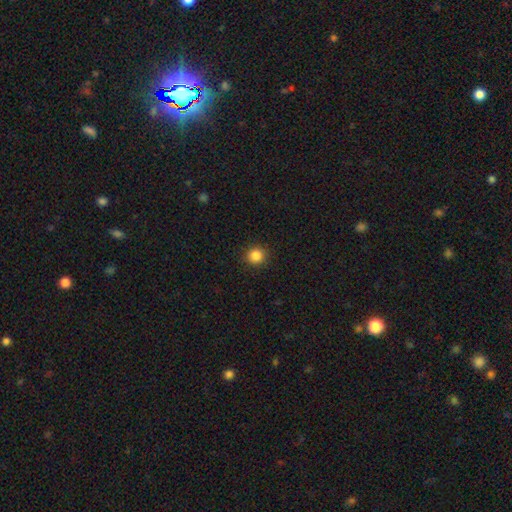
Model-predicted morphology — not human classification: type=smooth (86%); roundness=round (91%); merging=none (92%).